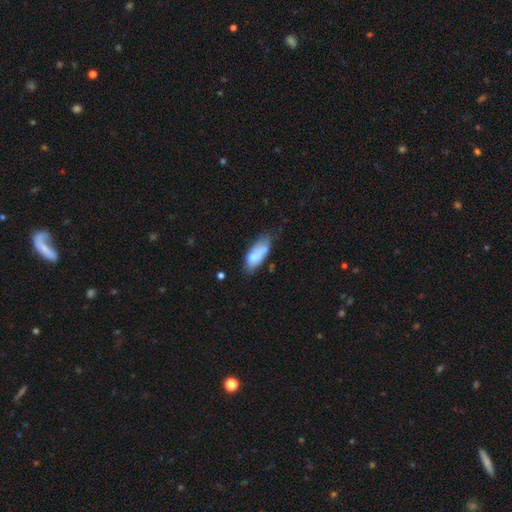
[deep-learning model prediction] Smooth or featured: smooth — 71% (featured or disk — 21%)
How rounded: in between — 81% (cigar-shaped — 16%)
Merging: none — 41% (minor disturbance — 31%)